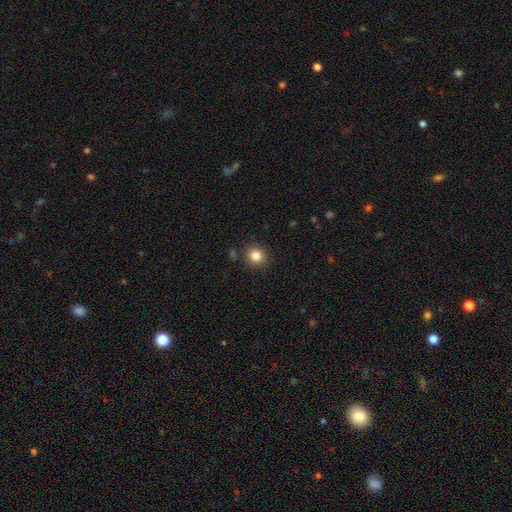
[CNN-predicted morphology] smooth 83%, star or artifact 11%, featured or disk 5%. Down the decision tree: how rounded — round (88%); merging — none (87%).